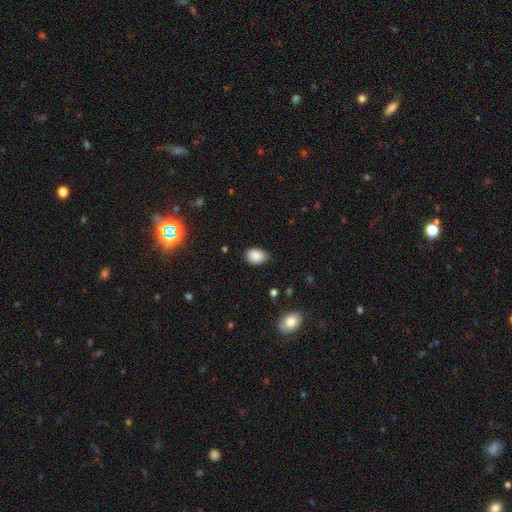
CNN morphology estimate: A smooth galaxy with no disk features (86%) that is in between round and cigar-shaped (79%).

Vote fractions:
- Smooth or featured? smooth: 86% / star or artifact: 9% / featured or disk: 5%
- How rounded? in between: 79% / round: 20% / cigar-shaped: 1%
- Merging? none: 76% / minor disturbance: 19% / major disturbance: 3% / merger: 1%